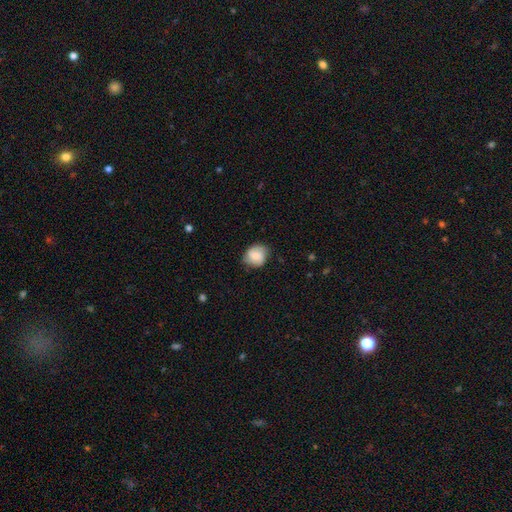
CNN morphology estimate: Smooth or featured? Predicted: smooth (p=0.67). How rounded? Predicted: round (p=0.65). Merging? Predicted: none (p=0.73).